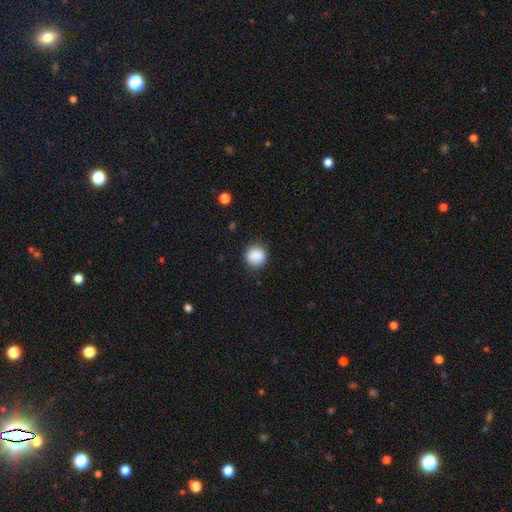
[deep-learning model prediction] Smooth or featured: smooth — 88% (star or artifact — 8%)
How rounded: round — 87% (in between — 12%)
Merging: none — 85% (minor disturbance — 11%)